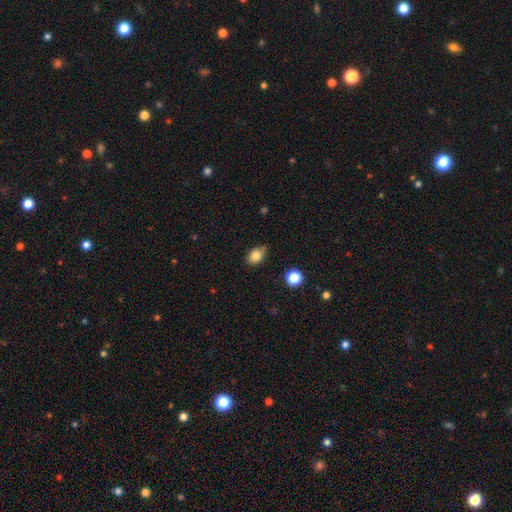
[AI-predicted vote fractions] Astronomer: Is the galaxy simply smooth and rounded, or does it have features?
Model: smooth — 82%.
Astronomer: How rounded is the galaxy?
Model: in between — 80%.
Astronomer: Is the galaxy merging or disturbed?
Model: none — 72%.